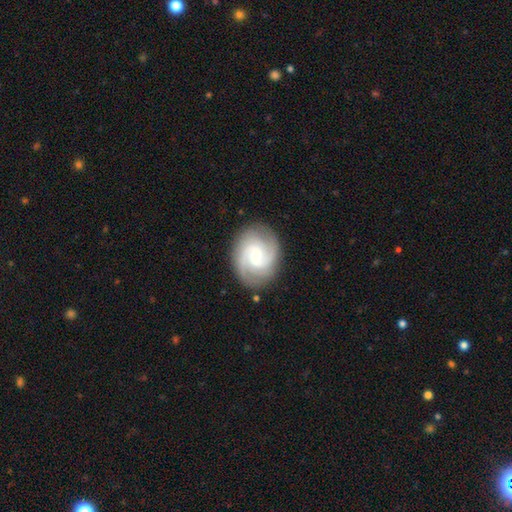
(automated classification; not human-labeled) Morphology: type=featured or disk (84%); edge-on=no (98%); bar=weak (48%); spiral arms=yes (97%); winding=medium (46%); arm count=2 (47%); bulge=small (58%); merging=none (84%).